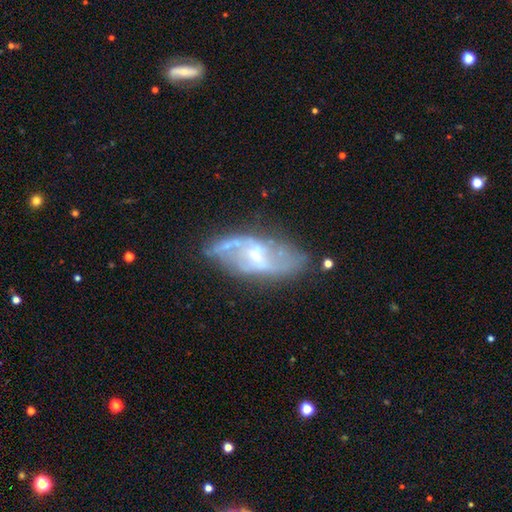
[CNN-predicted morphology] Q: Smooth or featured?
A: featured or disk (78%); runner-up: smooth (15%)
Q: Edge-on disk?
A: no (92%); runner-up: yes (8%)
Q: Bar?
A: weak (51%); runner-up: no (31%)
Q: Spiral arms?
A: yes (79%); runner-up: no (21%)
Q: Spiral winding?
A: loose (54%); runner-up: medium (34%)
Q: Spiral arm count?
A: 2 (76%); runner-up: can't tell (15%)
Q: Bulge size?
A: small (51%); runner-up: moderate (37%)
Q: Merging?
A: none (60%); runner-up: minor disturbance (22%)